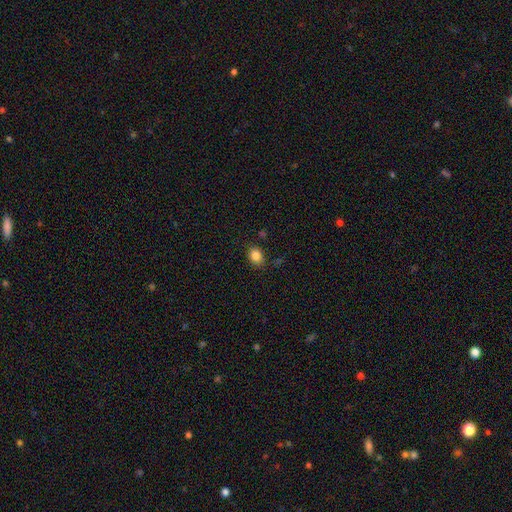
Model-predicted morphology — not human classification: Smooth or featured? Predicted: smooth (p=0.85). How rounded? Predicted: in between (p=0.55). Merging? Predicted: none (p=0.82).